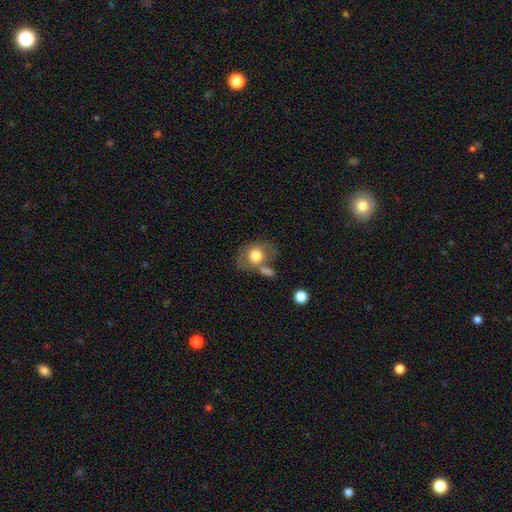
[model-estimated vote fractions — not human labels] Smooth or featured? Predicted: smooth (p=0.71). How rounded? Predicted: in between (p=0.51). Merging? Predicted: none (p=0.47).